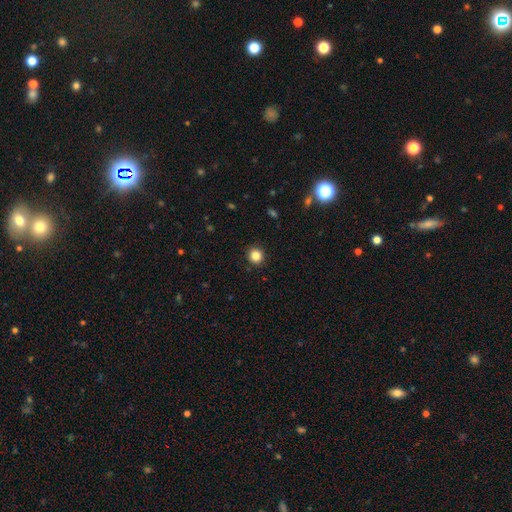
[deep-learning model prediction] Smooth or featured: smooth — 84% (star or artifact — 11%)
How rounded: round — 91% (in between — 8%)
Merging: none — 92% (minor disturbance — 5%)